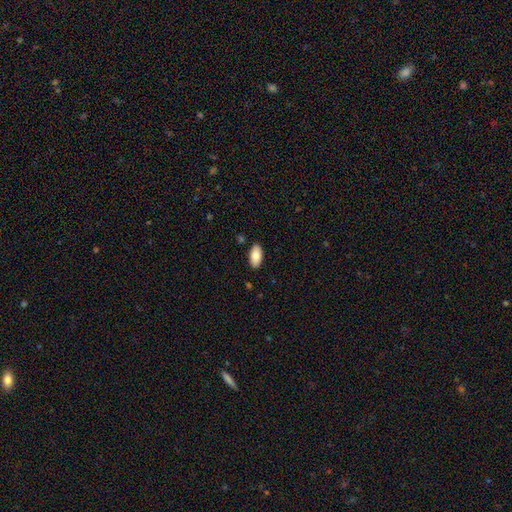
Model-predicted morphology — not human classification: This appears to be a smooth galaxy with no disk features (84%) that is in between round and cigar-shaped (94%). Merging: none (88%).